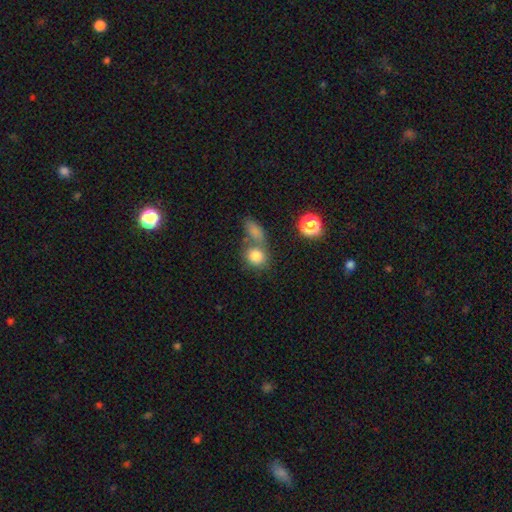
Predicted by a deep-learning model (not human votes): The model was most divided on "merging": none: 44%, merger: 39%, minor disturbance: 11%, major disturbance: 6%. More confident: smooth or featured — smooth (80%); how rounded — round (69%).